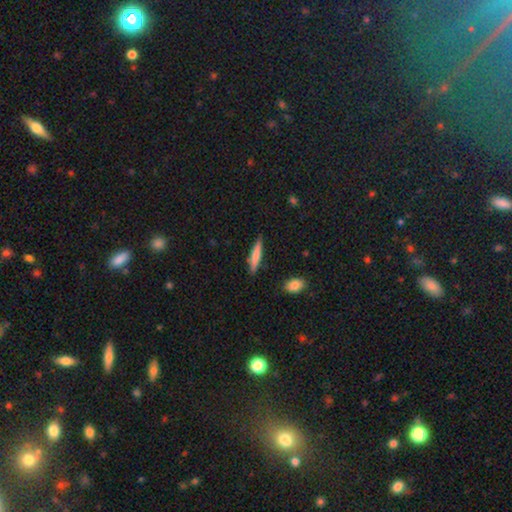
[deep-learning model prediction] Smooth or featured: smooth — 69% (featured or disk — 24%)
How rounded: cigar-shaped — 88% (in between — 11%)
Merging: none — 85% (minor disturbance — 11%)